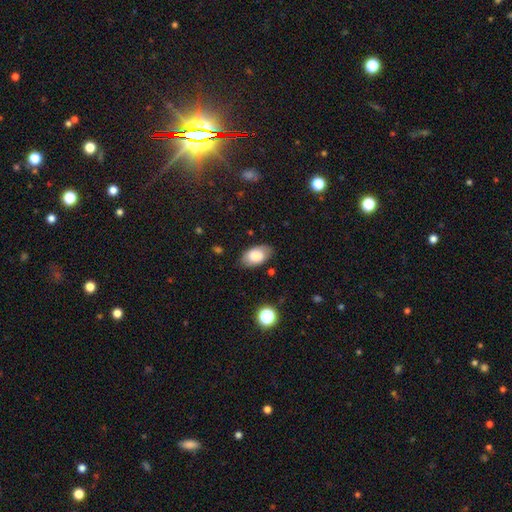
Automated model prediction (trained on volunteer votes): Smooth or featured?
  - smooth: 79% *
  - featured or disk: 13%
  - star or artifact: 8%
How rounded?
  - in between: 93% *
  - round: 6%
  - cigar-shaped: 1%
Merging?
  - none: 80% *
  - minor disturbance: 15%
  - major disturbance: 3%
  - merger: 1%